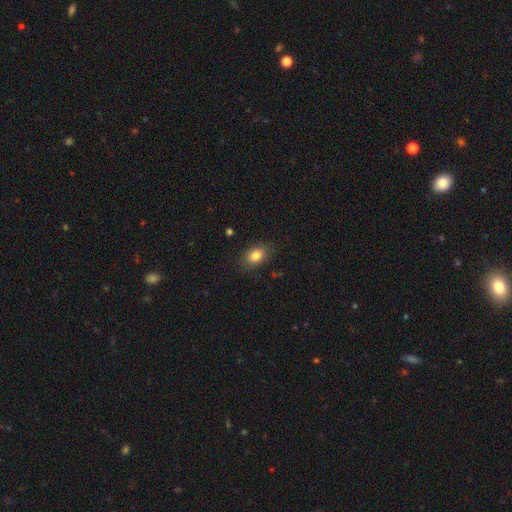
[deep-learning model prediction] Smooth or featured? smooth (82%)
How rounded? in between (79%)
Merging? none (83%)